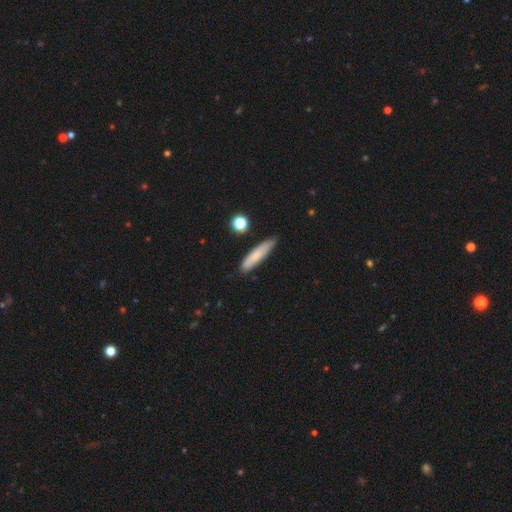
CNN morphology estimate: type=smooth (76%); roundness=cigar-shaped (82%); merging=none (80%).